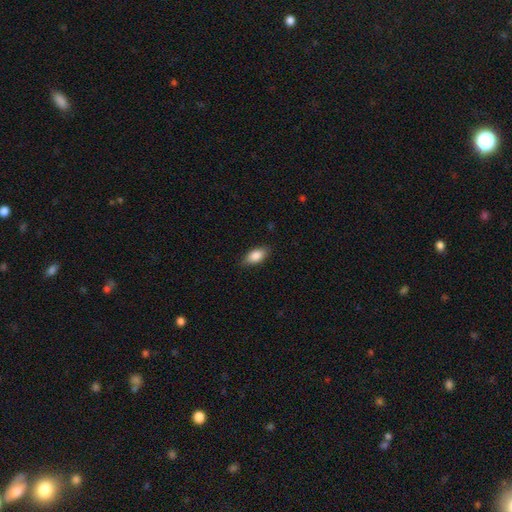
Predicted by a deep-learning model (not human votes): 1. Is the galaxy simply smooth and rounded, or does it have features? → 85% smooth, 8% featured or disk, 7% star or artifact.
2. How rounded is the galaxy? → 89% in between, 6% cigar-shaped, 5% round.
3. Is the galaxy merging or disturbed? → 82% none, 14% minor disturbance, 3% major disturbance, 1% merger.